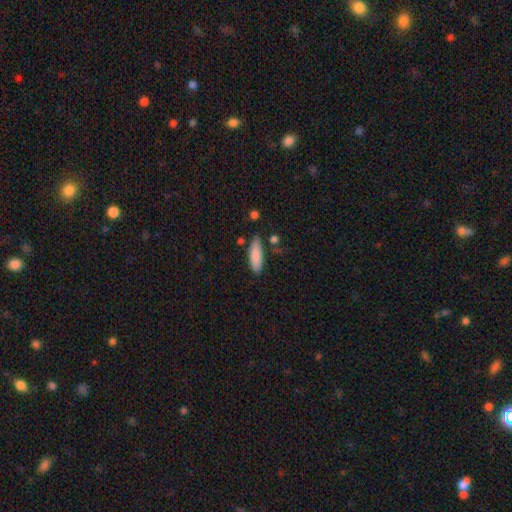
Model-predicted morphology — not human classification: smooth-or-featured: smooth: 86% | featured or disk: 8% | star or artifact: 6%
  how-rounded: in between: 54% | cigar-shaped: 44% | round: 2%
  merging: none: 76% | minor disturbance: 16% | merger: 4% | major disturbance: 3%